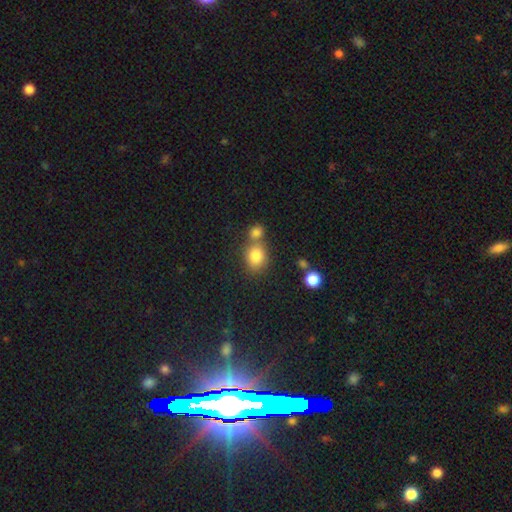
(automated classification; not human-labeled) Smooth or featured? smooth (81%)
How rounded? round (57%)
Merging? none (50%)